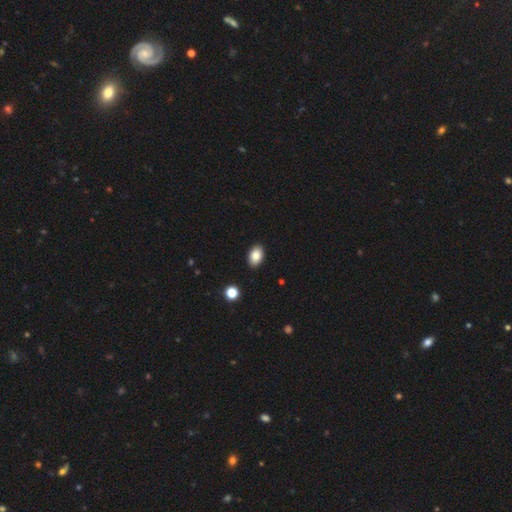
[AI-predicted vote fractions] smooth-or-featured: smooth: 85% | star or artifact: 8% | featured or disk: 6%
  how-rounded: in between: 89% | round: 10% | cigar-shaped: 1%
  merging: none: 90% | minor disturbance: 7% | major disturbance: 2% | merger: 1%